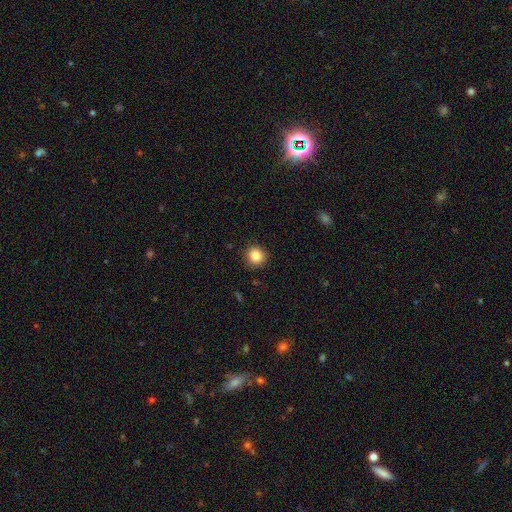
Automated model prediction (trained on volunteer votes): Smooth or featured? Predicted: smooth (p=0.86). How rounded? Predicted: round (p=0.92). Merging? Predicted: none (p=0.89).